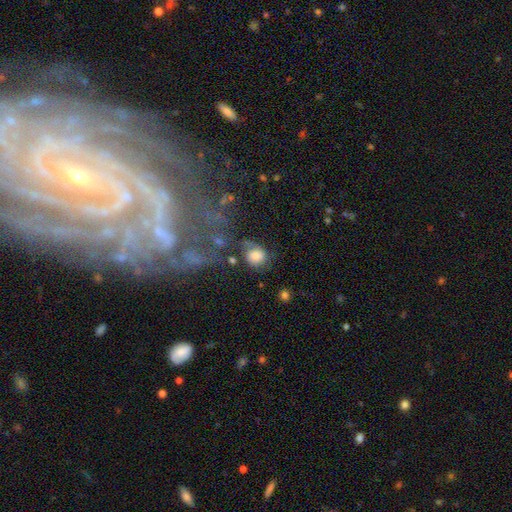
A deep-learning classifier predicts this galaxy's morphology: Q: Smooth or featured?
A: smooth (68%); runner-up: featured or disk (23%)
Q: How rounded?
A: round (69%); runner-up: in between (30%)
Q: Merging?
A: none (43%); runner-up: minor disturbance (26%)